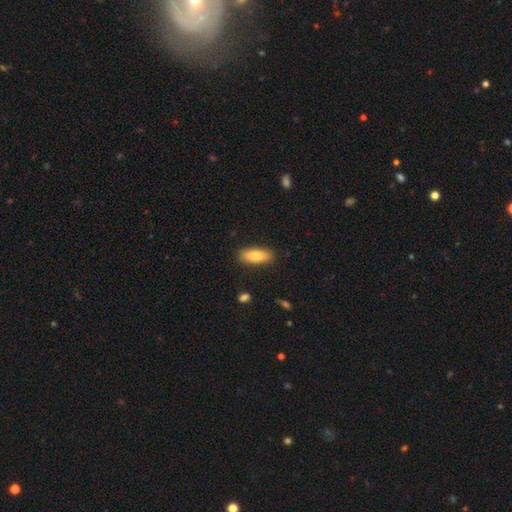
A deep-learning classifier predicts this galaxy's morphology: Smooth or featured: smooth — 80% (featured or disk — 13%)
How rounded: in between — 71% (cigar-shaped — 27%)
Merging: none — 87% (minor disturbance — 9%)